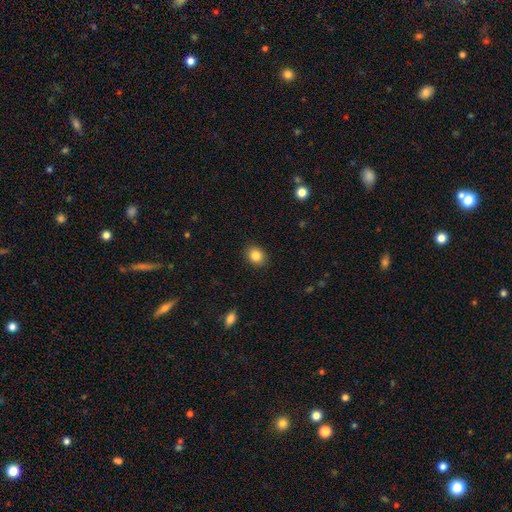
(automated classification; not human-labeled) Overall: smooth (84%). How rounded: round (64%; in between 35%). Merging: none (90%).